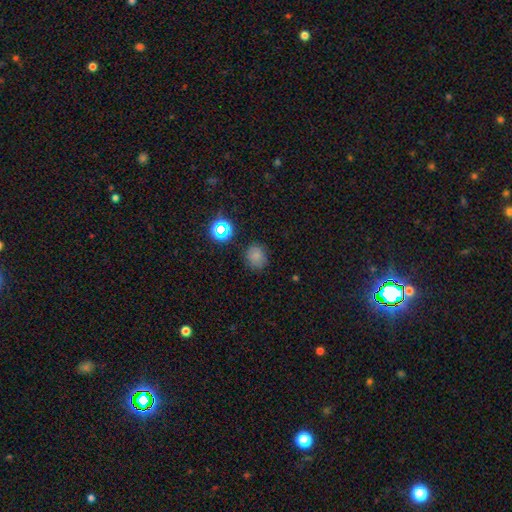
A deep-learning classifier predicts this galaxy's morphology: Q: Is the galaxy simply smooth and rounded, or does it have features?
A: smooth — 76%.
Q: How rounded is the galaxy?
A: round — 78%.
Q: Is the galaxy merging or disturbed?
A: none — 82%.